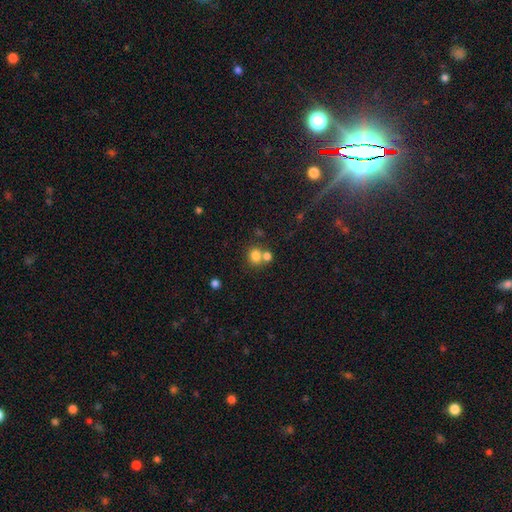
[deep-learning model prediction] Morphology: type=smooth (78%); roundness=round (68%); merging=none (49%).